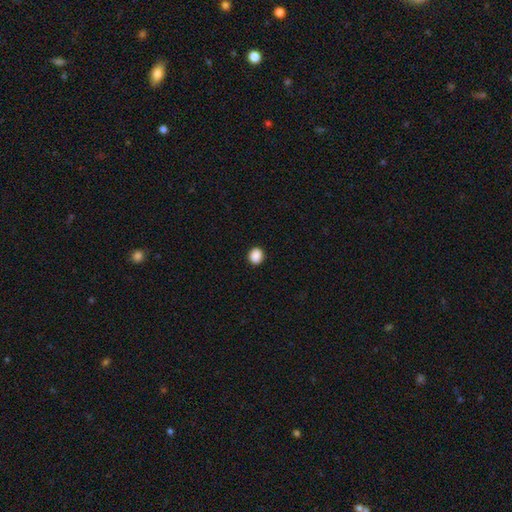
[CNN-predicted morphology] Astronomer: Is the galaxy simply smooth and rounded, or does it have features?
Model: smooth — 89%.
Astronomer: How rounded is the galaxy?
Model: round — 77%.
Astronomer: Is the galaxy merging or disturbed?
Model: none — 91%.